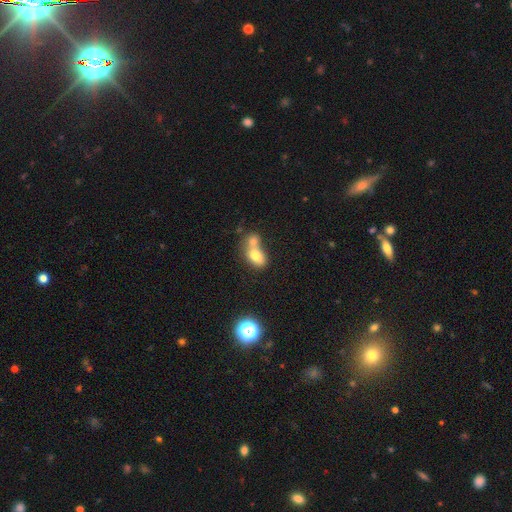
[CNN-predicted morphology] This is likely a smooth galaxy (73%). How rounded: likely in between (74%). Merging: likely merger (65%).